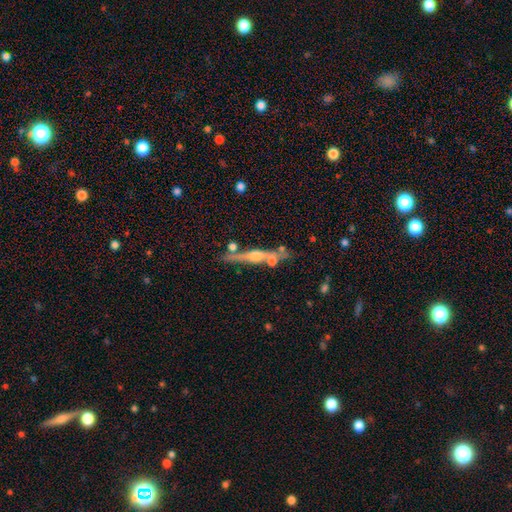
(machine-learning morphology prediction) Smooth or featured?
  - featured or disk: 72% *
  - smooth: 21%
  - star or artifact: 7%
Edge-on disk?
  - yes: 94% *
  - no: 6%
Edge-on bulge?
  - rounded: 85% *
  - none: 9%
  - boxy: 7%
Merging?
  - none: 72% *
  - minor disturbance: 13%
  - merger: 11%
  - major disturbance: 4%